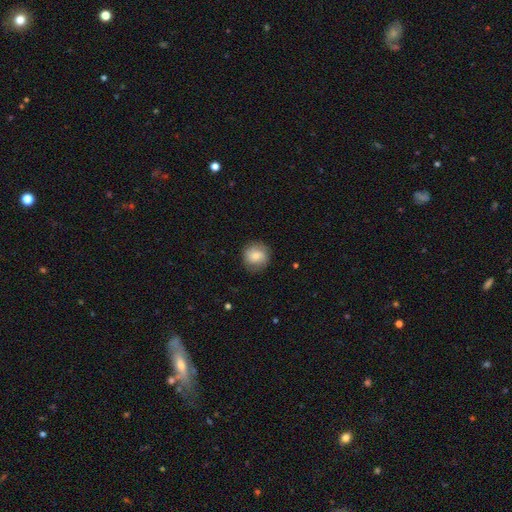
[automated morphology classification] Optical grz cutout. It shows a smooth galaxy with no disk features (69%) that is round (88%). Merging: none (81%).